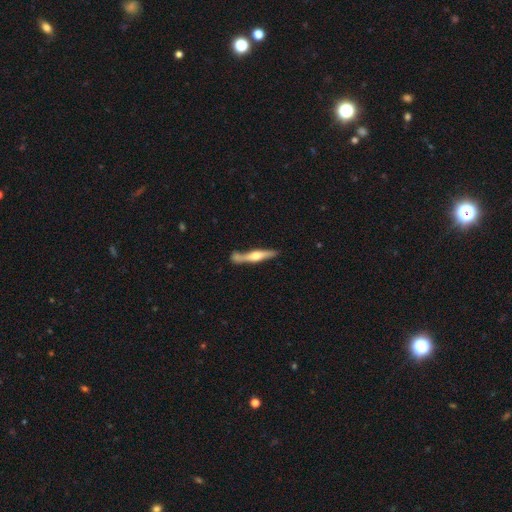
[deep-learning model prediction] A featured or disk galaxy (61%) viewed edge-on (94%) with a rounded central bulge (90%). Merging: none (67%).